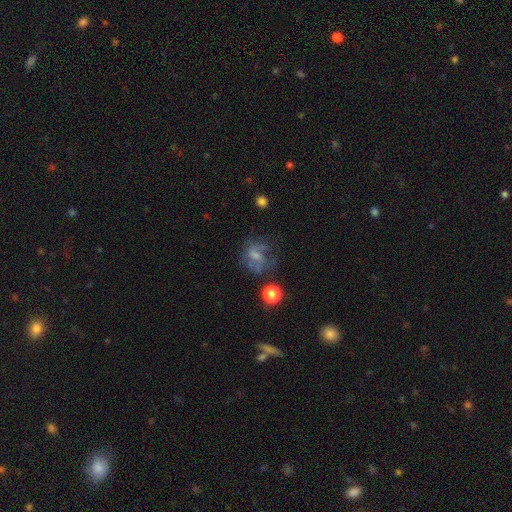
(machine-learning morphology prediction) Overall: featured or disk (49%; smooth 35%). Merging: none (46%; major disturbance 27%).